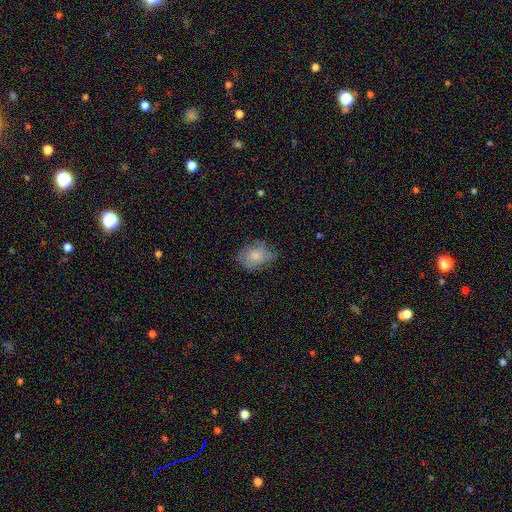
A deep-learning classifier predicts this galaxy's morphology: Smooth or featured? smooth (71%)
How rounded? in between (63%)
Merging? none (53%)